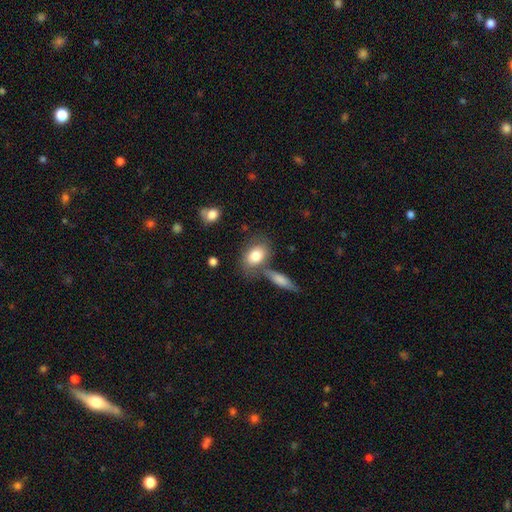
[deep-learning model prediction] Q: Smooth or featured?
A: smooth (80%); runner-up: featured or disk (13%)
Q: How rounded?
A: in between (80%); runner-up: round (18%)
Q: Merging?
A: none (56%); runner-up: merger (23%)